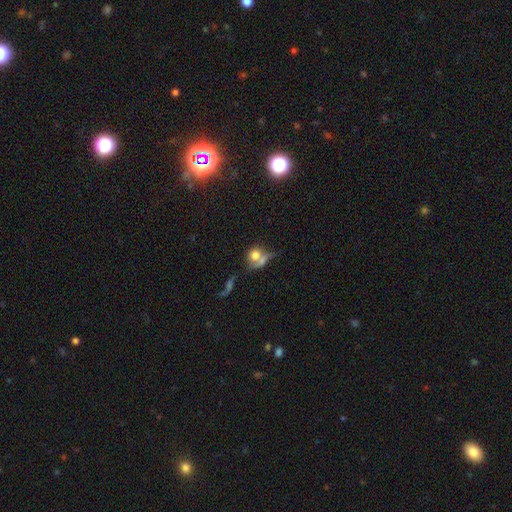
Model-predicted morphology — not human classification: Smooth or featured? Predicted: smooth (p=0.70). How rounded? Predicted: round (p=0.70). Merging? Predicted: merger (p=0.47).